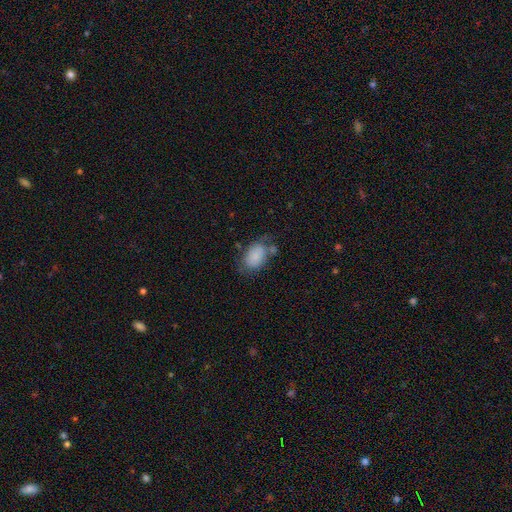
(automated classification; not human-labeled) This is clearly a smooth galaxy (84%). How rounded: clearly in between (87%). Merging: possibly none (55%).